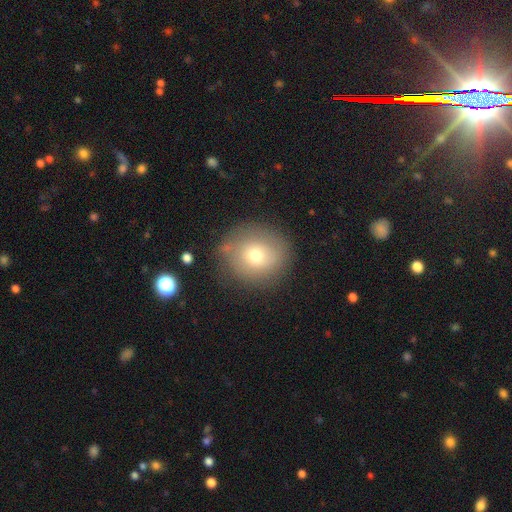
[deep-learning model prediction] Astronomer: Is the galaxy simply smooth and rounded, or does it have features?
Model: smooth — 70%.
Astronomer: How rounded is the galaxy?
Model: round — 87%.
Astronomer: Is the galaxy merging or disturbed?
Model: none — 78%.